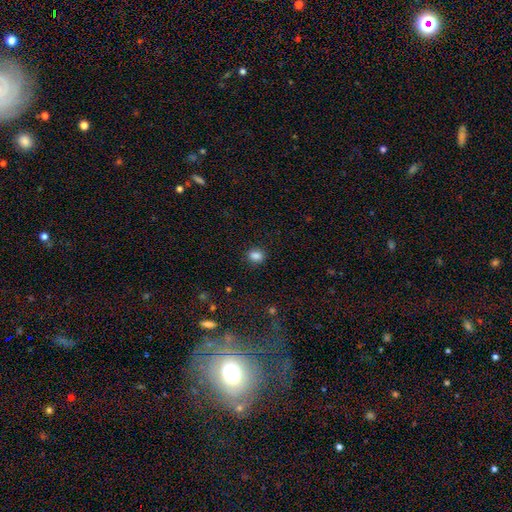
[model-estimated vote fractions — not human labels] Morphology: type=smooth (85%); roundness=in between (50%); merging=none (86%).